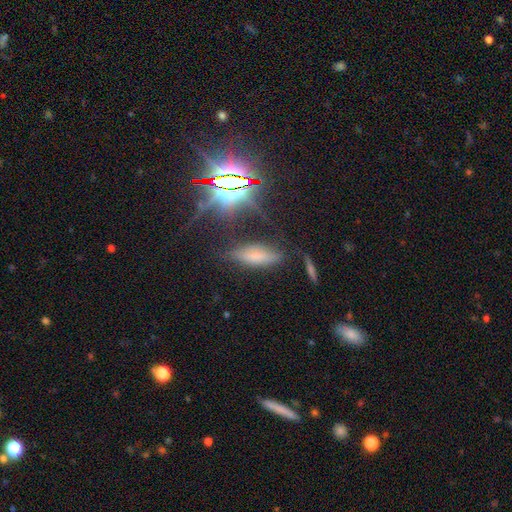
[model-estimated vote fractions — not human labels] A smooth galaxy with no disk features (60%) that is in between round and cigar-shaped (64%). Merging: none (73%).